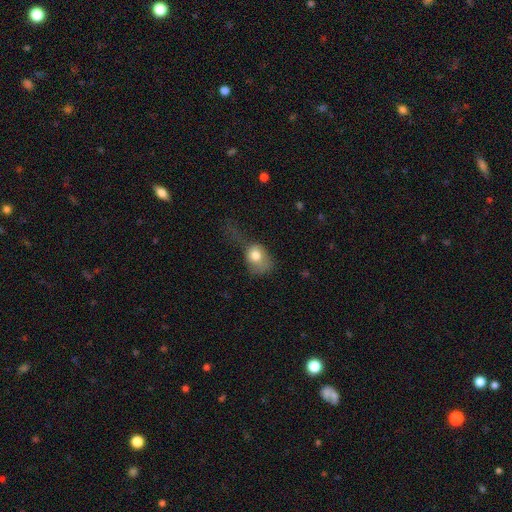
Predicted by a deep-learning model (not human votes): Overall: smooth (76%). How rounded: in between (58%; round 41%). Merging: major disturbance (53%; minor disturbance 26%).